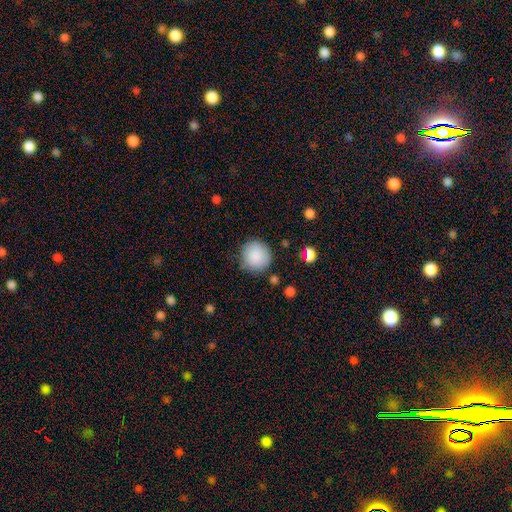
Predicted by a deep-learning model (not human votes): Morphology: type=smooth (88%); roundness=round (94%); merging=none (82%).